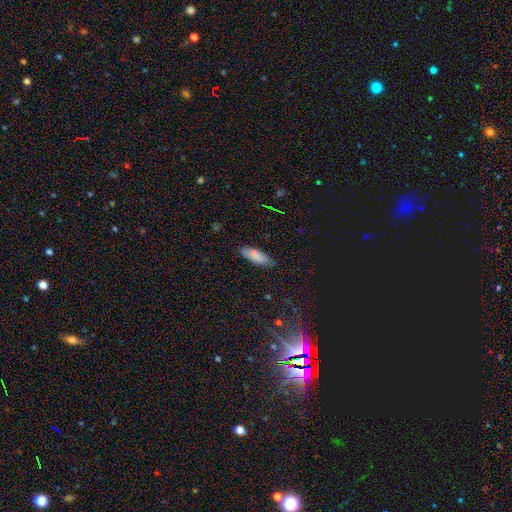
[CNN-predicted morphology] Smooth or featured? Predicted: smooth (p=0.79). How rounded? Predicted: in between (p=0.63). Merging? Predicted: none (p=0.82).